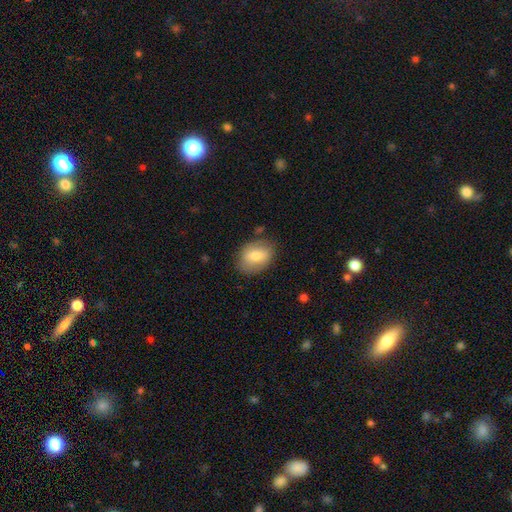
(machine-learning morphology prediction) A smooth galaxy with no disk features (73%) that is in between round and cigar-shaped (71%). Merging: none (76%).